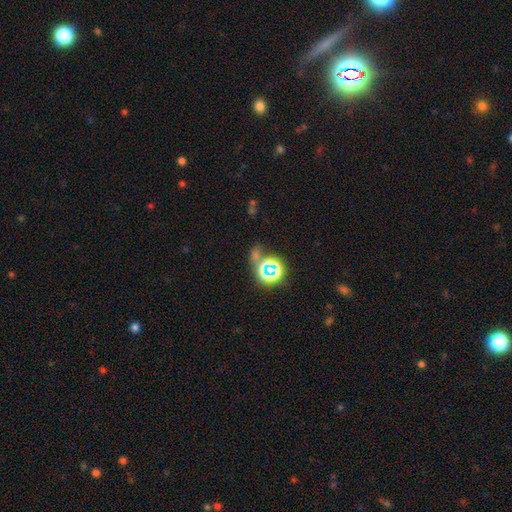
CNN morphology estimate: A star or artifact, not a galaxy (64%).

Vote fractions:
- Smooth or featured? star or artifact: 64% / smooth: 26% / featured or disk: 10%